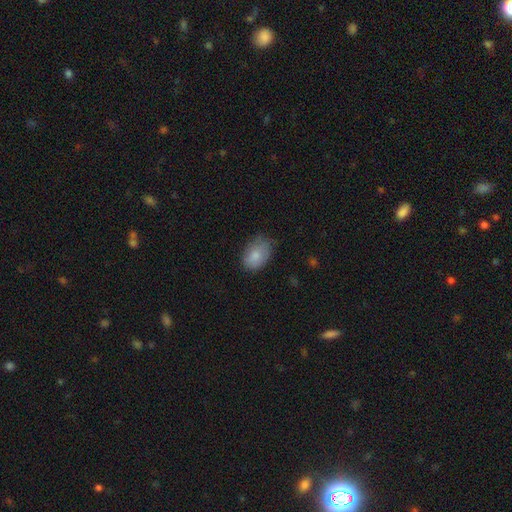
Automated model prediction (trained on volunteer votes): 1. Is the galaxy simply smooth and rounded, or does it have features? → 83% smooth, 10% featured or disk, 7% star or artifact.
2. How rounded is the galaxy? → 84% in between, 15% round, 1% cigar-shaped.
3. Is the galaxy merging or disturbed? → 61% none, 31% minor disturbance, 7% major disturbance, 1% merger.